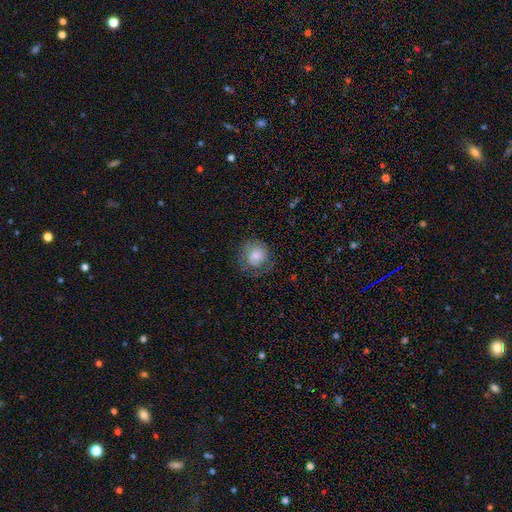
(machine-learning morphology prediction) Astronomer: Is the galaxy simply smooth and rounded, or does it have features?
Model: smooth — 69%.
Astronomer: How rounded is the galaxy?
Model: round — 85%.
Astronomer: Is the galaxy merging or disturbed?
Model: none — 68%.